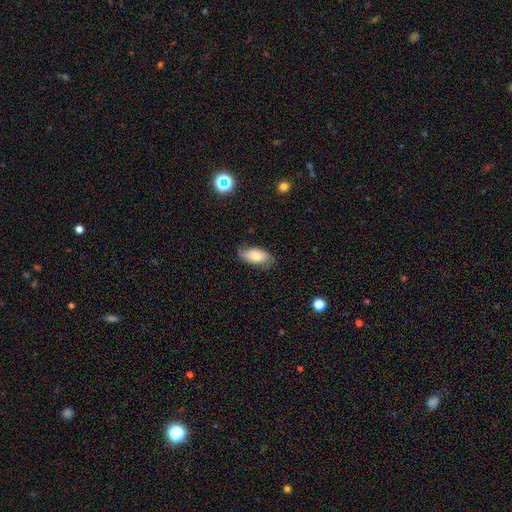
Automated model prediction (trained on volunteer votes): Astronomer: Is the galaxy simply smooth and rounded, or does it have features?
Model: smooth — 62%.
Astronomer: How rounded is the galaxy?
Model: in between — 91%.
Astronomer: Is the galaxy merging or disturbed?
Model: none — 71%.